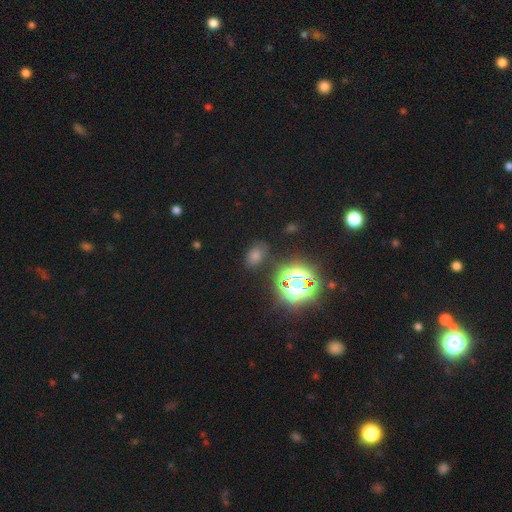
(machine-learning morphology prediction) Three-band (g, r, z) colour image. It shows a smooth galaxy with no disk features (48%). Merging: none (80%).